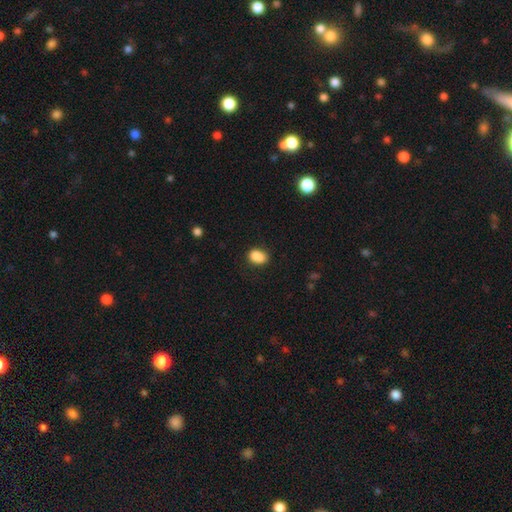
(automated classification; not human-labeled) This is clearly a smooth galaxy (86%). How rounded: likely in between (75%). Merging: likely none (70%).